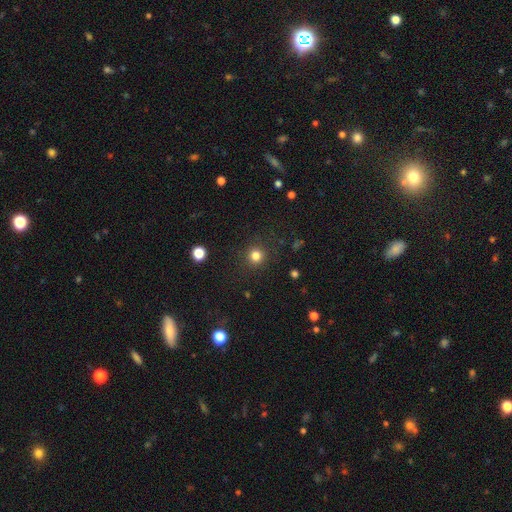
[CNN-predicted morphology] smooth_or_featured: smooth (p=0.81) [alt: star or artifact p=0.14]
how_rounded: round (p=0.94) [alt: in between p=0.05]
merging: none (p=0.89) [alt: minor disturbance p=0.06]